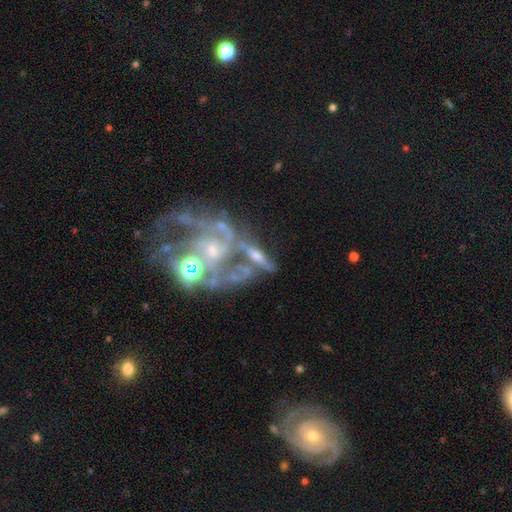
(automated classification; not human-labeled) Q: Smooth or featured?
A: featured or disk (71%); runner-up: star or artifact (15%)
Q: Edge-on disk?
A: no (86%); runner-up: yes (14%)
Q: Bar?
A: no (69%); runner-up: weak (22%)
Q: Spiral arms?
A: yes (60%); runner-up: no (40%)
Q: Bulge size?
A: small (46%); runner-up: moderate (29%)
Q: Merging?
A: merger (37%); runner-up: none (26%)